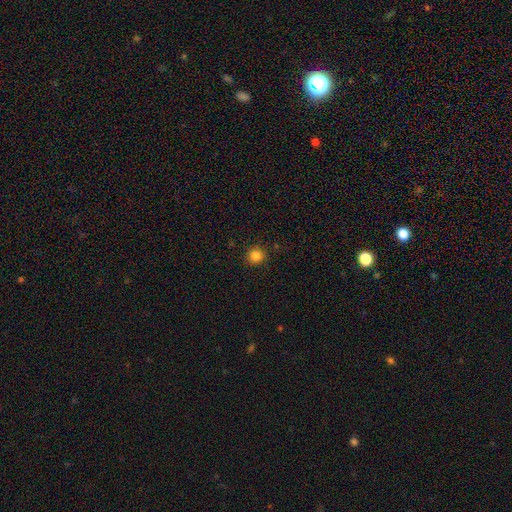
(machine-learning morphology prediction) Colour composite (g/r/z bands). It shows a smooth galaxy with no disk features (84%) that is round (94%). Merging: none (90%).